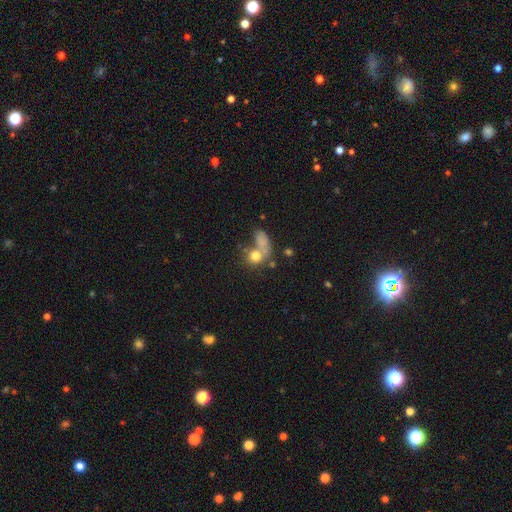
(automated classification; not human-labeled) Smooth or featured?
  - smooth: 72% *
  - featured or disk: 15%
  - star or artifact: 12%
How rounded?
  - round: 68% *
  - in between: 29%
  - cigar-shaped: 2%
Merging?
  - merger: 41% *
  - none: 34%
  - major disturbance: 13%
  - minor disturbance: 12%